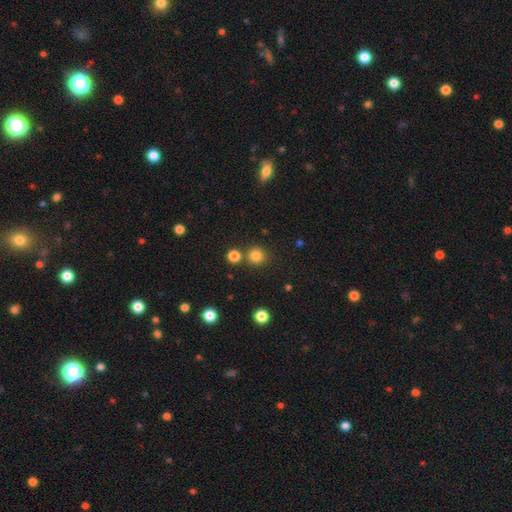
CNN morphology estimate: A smooth galaxy with no disk features (81%) that is round (93%).

Vote fractions:
- Smooth or featured? smooth: 81% / star or artifact: 14% / featured or disk: 5%
- How rounded? round: 93% / in between: 6% / cigar-shaped: 1%
- Merging? none: 79% / merger: 12% / minor disturbance: 7% / major disturbance: 2%